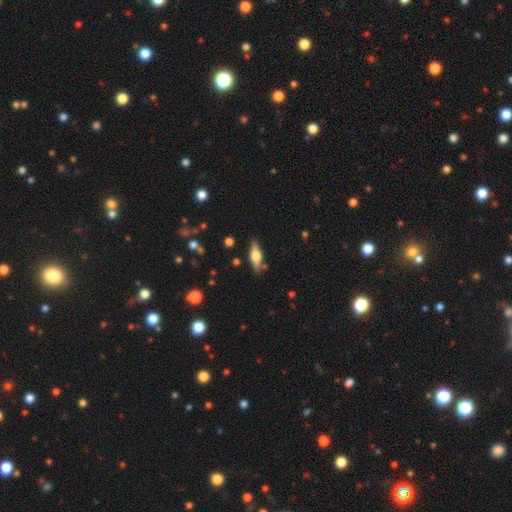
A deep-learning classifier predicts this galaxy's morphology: Overall: featured or disk (48%; smooth 45%). Merging: none (83%).